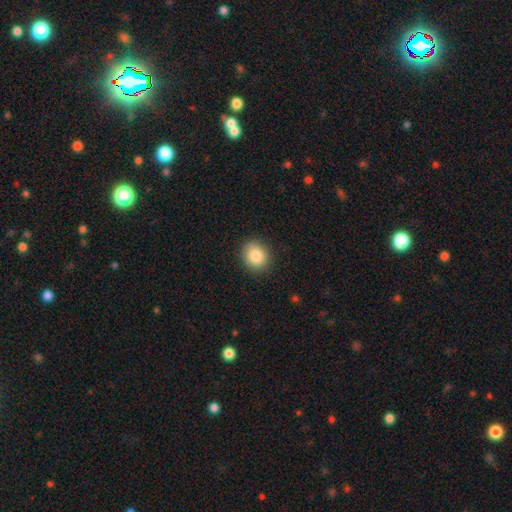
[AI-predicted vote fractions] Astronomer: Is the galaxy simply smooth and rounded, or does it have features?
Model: smooth — 86%.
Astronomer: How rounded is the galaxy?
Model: round — 73%.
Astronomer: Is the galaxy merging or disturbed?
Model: none — 88%.